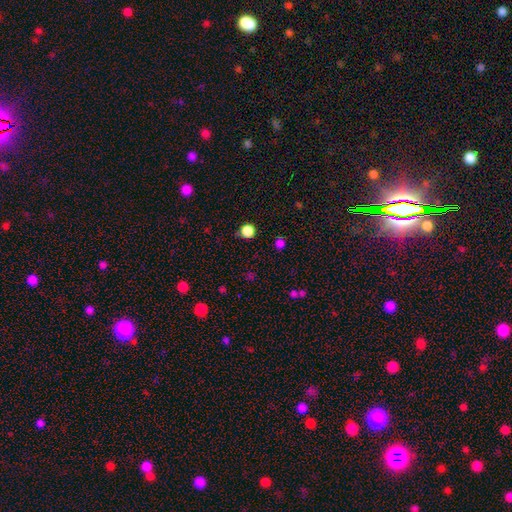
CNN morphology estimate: This appears to be a smooth galaxy with no disk features (71%) that is round (90%). Merging: none (85%).